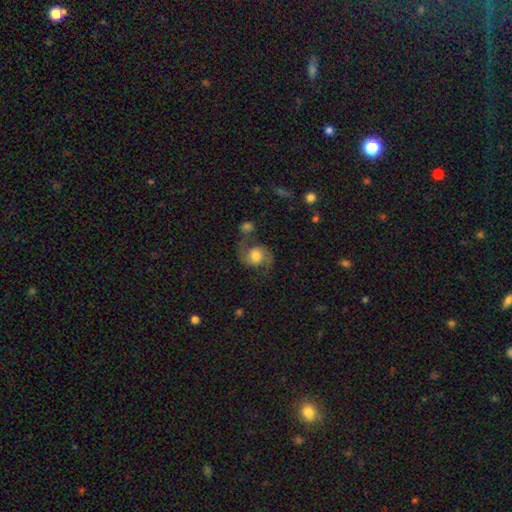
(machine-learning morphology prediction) smooth_or_featured: featured or disk (p=0.74) [alt: smooth p=0.18]
disk_edge_on: no (p=0.98) [alt: yes p=0.02]
bar: no (p=0.64) [alt: weak p=0.30]
has_spiral_arms: yes (p=0.94) [alt: no p=0.06]
spiral_winding: medium (p=0.49) [alt: loose p=0.39]
spiral_arm_count: 2 (p=0.93) [alt: can't tell p=0.03]
bulge_size: moderate (p=0.57) [alt: large p=0.28]
merging: none (p=0.59) [alt: minor disturbance p=0.17]